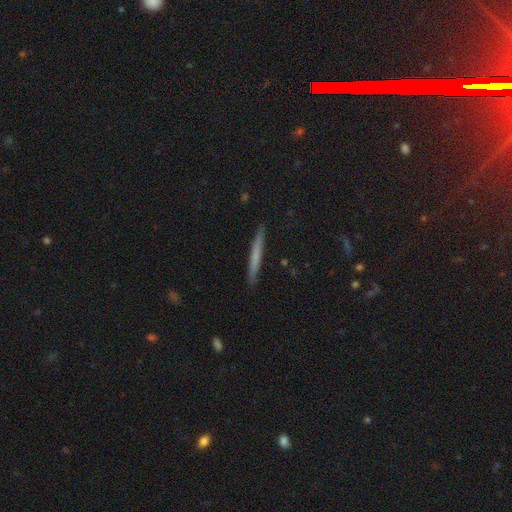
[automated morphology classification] This appears to be a smooth galaxy with no disk features (60%) that is cigar-shaped (97%). Merging: none (91%).